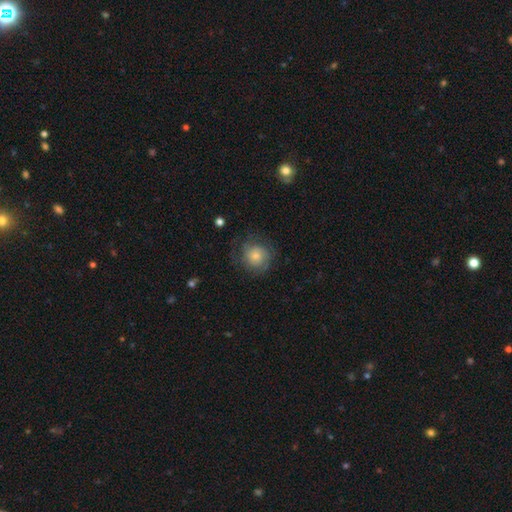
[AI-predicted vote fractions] smooth-or-featured: smooth: 60% | featured or disk: 32% | star or artifact: 8%
  how-rounded: round: 89% | in between: 10% | cigar-shaped: 1%
  merging: none: 69% | minor disturbance: 18% | major disturbance: 12% | merger: 1%